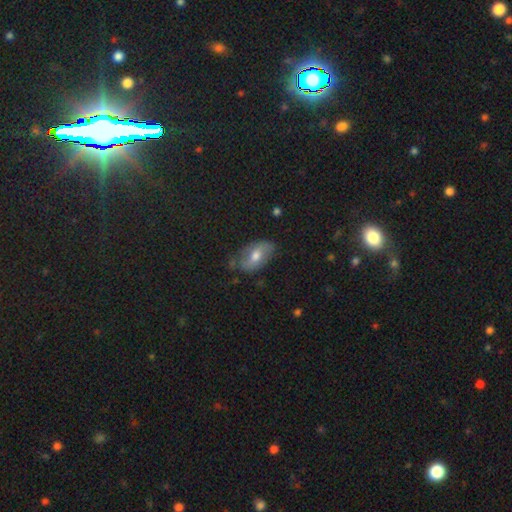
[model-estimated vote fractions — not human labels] This appears to be a smooth galaxy with no disk features (54%) that is in between round and cigar-shaped (90%). Merging: none (72%).